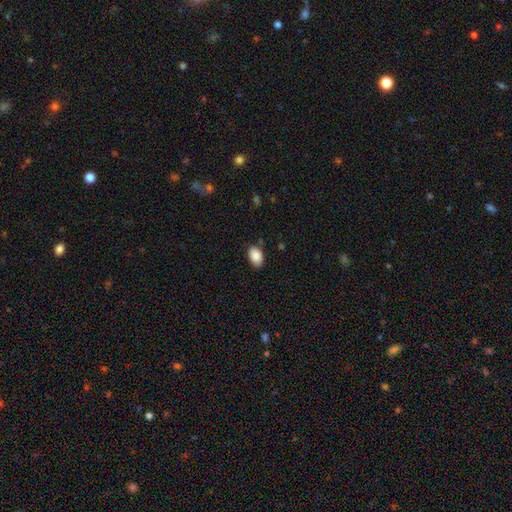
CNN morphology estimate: Smooth or featured?
  - smooth: 89% *
  - star or artifact: 7%
  - featured or disk: 4%
How rounded?
  - in between: 89% *
  - round: 10%
  - cigar-shaped: 1%
Merging?
  - none: 81% *
  - minor disturbance: 15%
  - major disturbance: 3%
  - merger: 1%